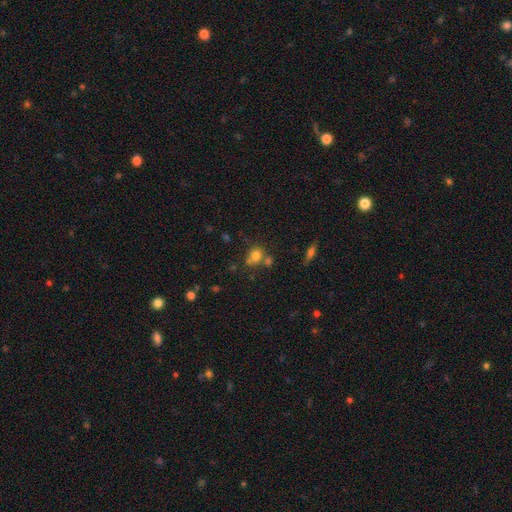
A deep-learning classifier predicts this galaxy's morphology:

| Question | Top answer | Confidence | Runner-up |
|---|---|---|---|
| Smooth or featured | smooth | 75% | star or artifact (14%) |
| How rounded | round | 72% | in between (27%) |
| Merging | none | 49% | merger (32%) |